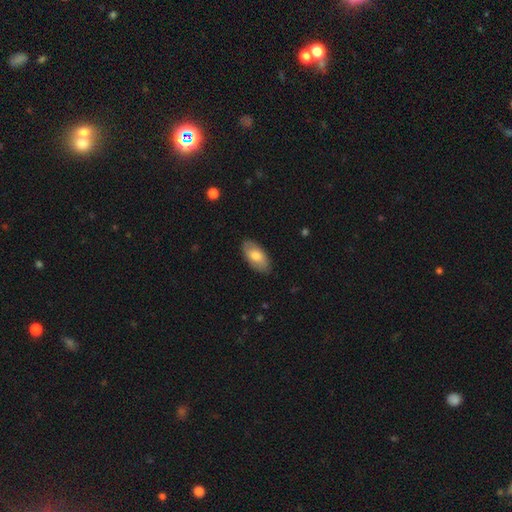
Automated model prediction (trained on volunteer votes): smooth 73%, featured or disk 21%, star or artifact 6%. Down the decision tree: how rounded — in between (94%); merging — none (85%).